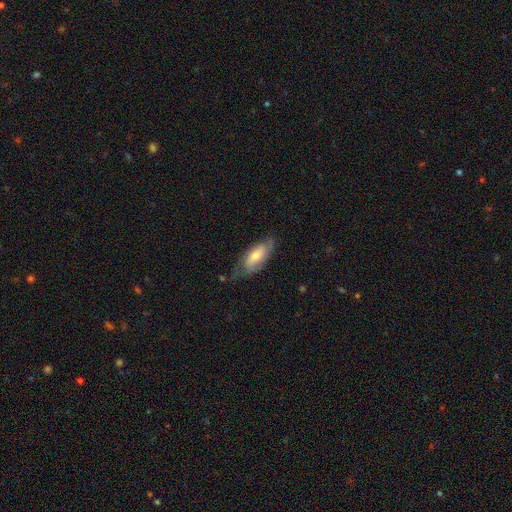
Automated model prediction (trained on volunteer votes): smooth 49%, featured or disk 45%, star or artifact 6%. Down the decision tree: merging — none (58%).